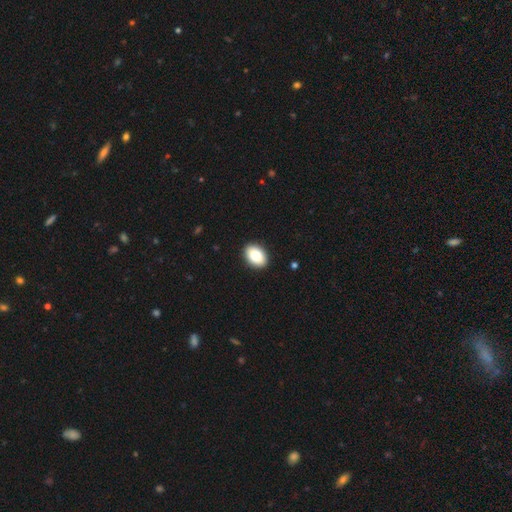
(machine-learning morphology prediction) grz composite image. It shows a smooth galaxy with no disk features (82%) that is in between round and cigar-shaped (85%). Merging: none (91%).